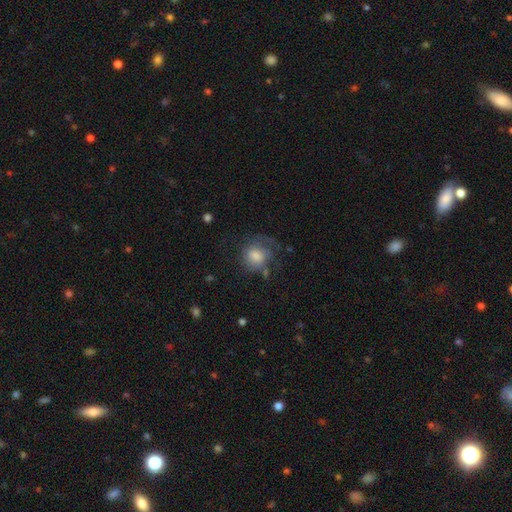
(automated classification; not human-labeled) Smooth or featured?
  - smooth: 60% *
  - featured or disk: 29%
  - star or artifact: 11%
How rounded?
  - round: 75% *
  - in between: 24%
  - cigar-shaped: 1%
Merging?
  - none: 48% *
  - major disturbance: 25%
  - minor disturbance: 24%
  - merger: 3%